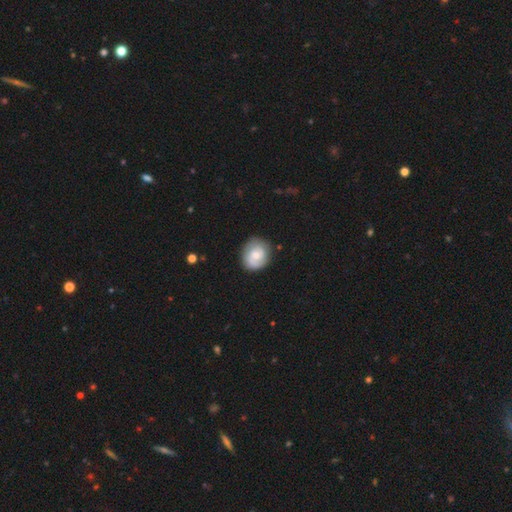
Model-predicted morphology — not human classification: A featured or disk galaxy (53%) with no bar (65%), spiral arms (82%) and a moderate central bulge (54%).

Vote fractions:
- Smooth or featured? featured or disk: 53% / smooth: 40% / star or artifact: 6%
- Edge-on disk? no: 97% / yes: 3%
- Bar? no: 65% / weak: 30% / strong: 5%
- Spiral arms? yes: 82% / no: 18%
- Bulge size? moderate: 54% / small: 41% / large: 3% / none: 2% / dominant: 1%
- Merging? none: 80% / minor disturbance: 15% / major disturbance: 4% / merger: 1%